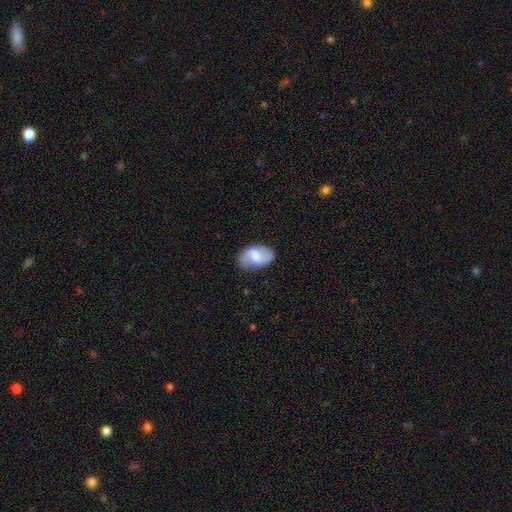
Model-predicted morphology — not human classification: Overall: featured or disk (58%; smooth 36%). Edge-on disk: no (96%). Bar: weak (53%; strong 25%). Spiral arms: yes (82%). Bulge size: moderate (42%; small 25%). Merging: none (77%).